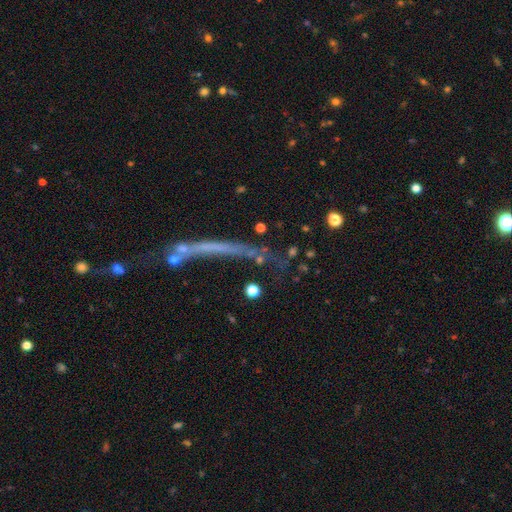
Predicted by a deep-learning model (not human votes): smooth_or_featured: featured or disk (p=0.39) [alt: star or artifact p=0.36]
merging: none (p=0.44) [alt: merger p=0.22]